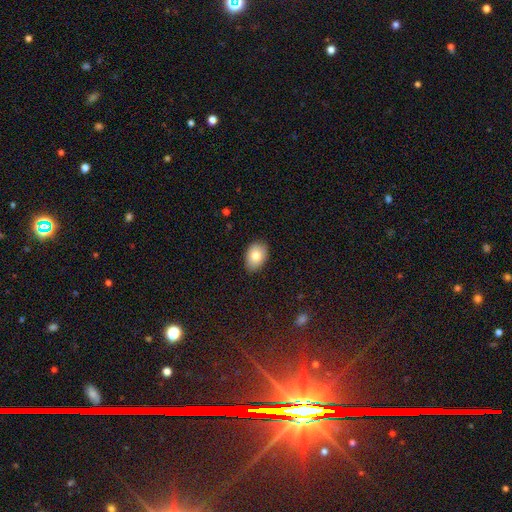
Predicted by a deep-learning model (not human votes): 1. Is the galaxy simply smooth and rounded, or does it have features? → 81% smooth, 11% featured or disk, 7% star or artifact.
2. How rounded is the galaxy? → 82% in between, 17% round, 1% cigar-shaped.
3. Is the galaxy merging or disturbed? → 85% none, 12% minor disturbance, 2% major disturbance, 1% merger.